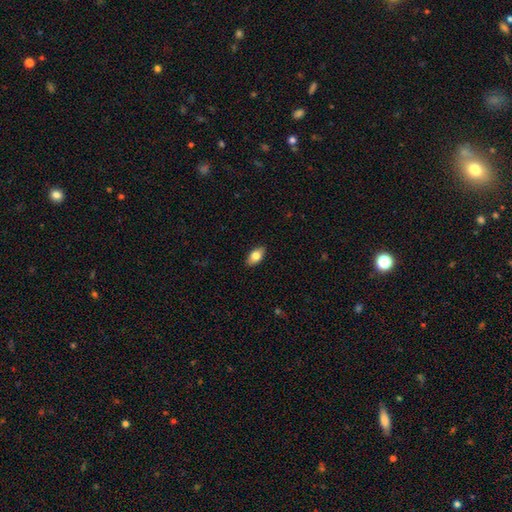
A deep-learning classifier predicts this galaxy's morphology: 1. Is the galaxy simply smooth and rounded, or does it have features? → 80% smooth, 13% featured or disk, 7% star or artifact.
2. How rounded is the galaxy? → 91% in between, 5% round, 4% cigar-shaped.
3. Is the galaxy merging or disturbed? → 89% none, 9% minor disturbance, 2% major disturbance, 1% merger.